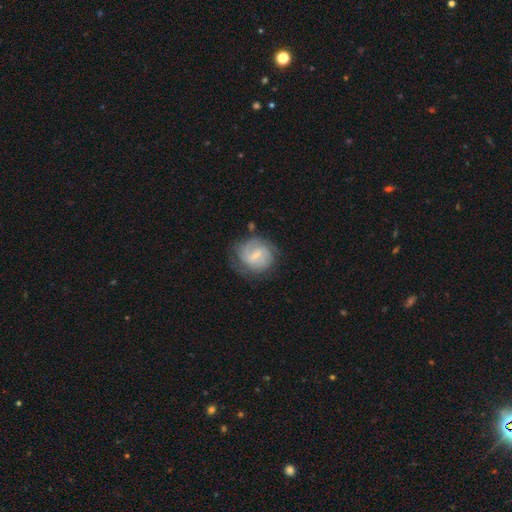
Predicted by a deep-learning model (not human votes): A featured or disk galaxy (69%) with a weak bar (60%), tight (51%) spiral arms (88%) and a small central bulge (66%).

Vote fractions:
- Smooth or featured? featured or disk: 69% / smooth: 24% / star or artifact: 7%
- Edge-on disk? no: 98% / yes: 2%
- Bar? weak: 60% / no: 22% / strong: 18%
- Spiral arms? yes: 88% / no: 12%
- Spiral winding? tight: 51% / medium: 35% / loose: 13%
- Spiral arm count? can't tell: 38% / 2: 35% / 3: 14% / 4: 5% / 1: 5% / more than 4: 3%
- Bulge size? small: 66% / moderate: 25% / none: 7% / large: 2% / dominant: 1%
- Merging? none: 66% / minor disturbance: 21% / major disturbance: 11% / merger: 2%